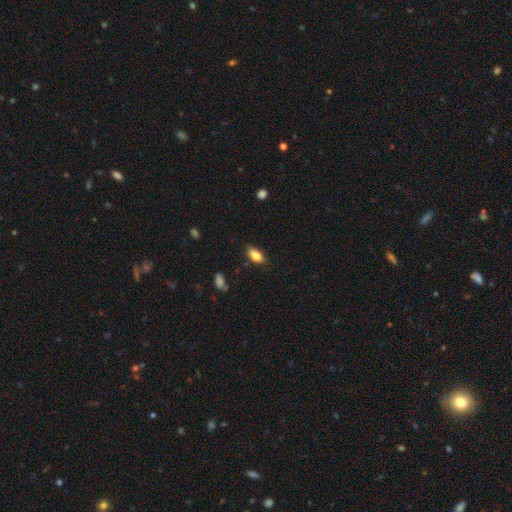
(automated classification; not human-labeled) smooth 83%, featured or disk 9%, star or artifact 8%. Down the decision tree: how rounded — in between (88%); merging — none (82%).